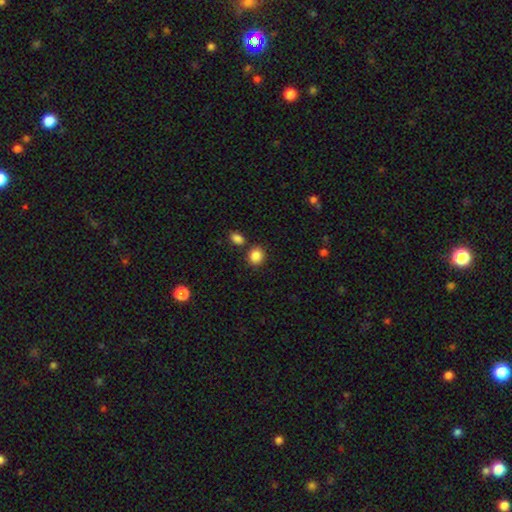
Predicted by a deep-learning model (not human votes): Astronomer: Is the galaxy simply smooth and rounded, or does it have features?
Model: smooth — 87%.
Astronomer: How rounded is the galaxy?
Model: round — 75%.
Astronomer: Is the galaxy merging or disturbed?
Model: none — 78%.